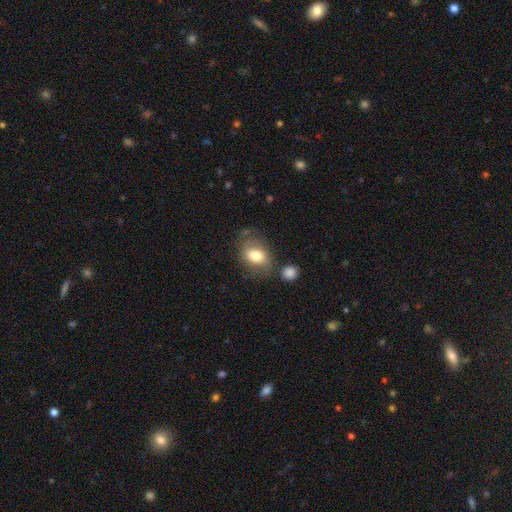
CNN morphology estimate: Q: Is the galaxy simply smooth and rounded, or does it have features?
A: smooth — 75%.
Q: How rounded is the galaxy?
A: in between — 68%.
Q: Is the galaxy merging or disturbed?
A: none — 62%.